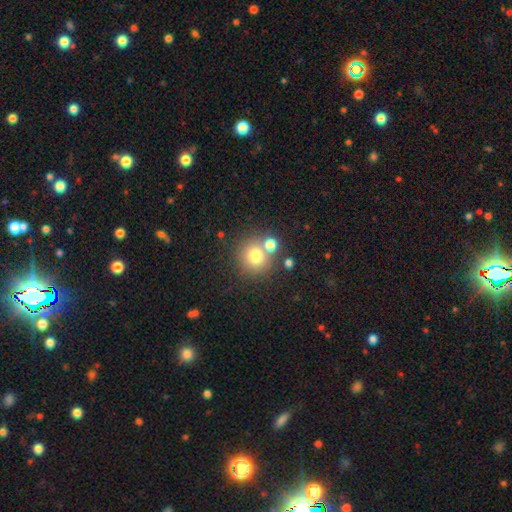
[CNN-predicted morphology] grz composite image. It shows a smooth galaxy with no disk features (74%) that is round (92%). Merging: none (65%).